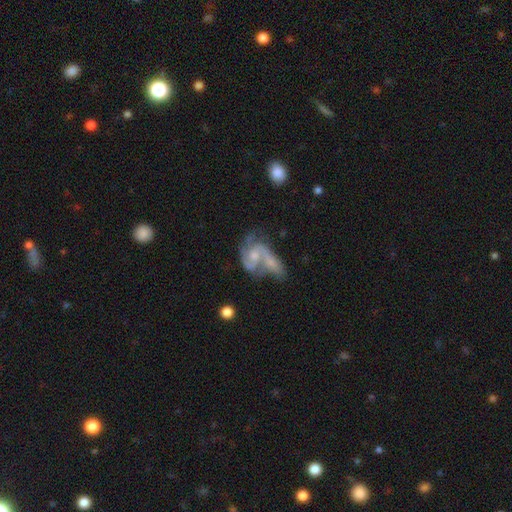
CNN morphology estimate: smooth-or-featured: featured or disk: 73% | smooth: 21% | star or artifact: 7%
  disk-edge-on: no: 96% | yes: 4%
    bar: no: 65% | weak: 29% | strong: 6%
    has-spiral-arms: yes: 87% | no: 13%
      spiral-winding: medium: 49% | tight: 26% | loose: 24%
      spiral-arm-count: 2: 69% | can't tell: 14% | 3: 8% | 1: 5% | 4: 2% | more than 4: 2%
    bulge-size: moderate: 46% | small: 39% | none: 9% | large: 5% | dominant: 2%
  merging: merger: 52% | none: 23% | major disturbance: 13% | minor disturbance: 12%